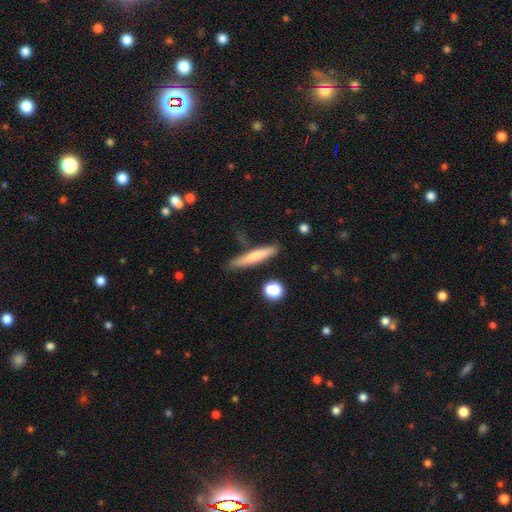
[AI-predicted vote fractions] Smooth or featured? Predicted: smooth (p=0.69). How rounded? Predicted: cigar-shaped (p=0.92). Merging? Predicted: none (p=0.78).